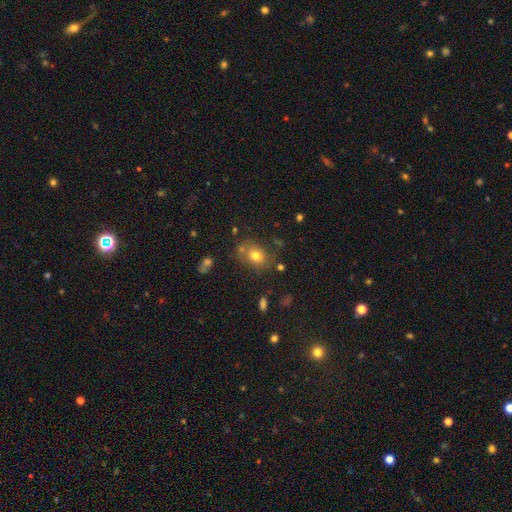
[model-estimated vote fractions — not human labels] smooth_or_featured: smooth (p=0.76) [alt: star or artifact p=0.12]
how_rounded: in between (p=0.52) [alt: round p=0.47]
merging: none (p=0.71) [alt: minor disturbance p=0.16]